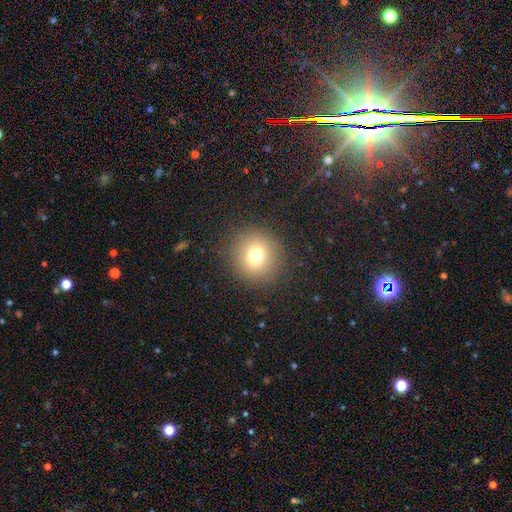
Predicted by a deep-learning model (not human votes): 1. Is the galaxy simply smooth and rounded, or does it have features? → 75% smooth, 15% star or artifact, 10% featured or disk.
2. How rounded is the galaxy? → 93% round, 6% in between, 1% cigar-shaped.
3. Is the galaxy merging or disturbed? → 89% none, 6% minor disturbance, 4% major disturbance, 1% merger.